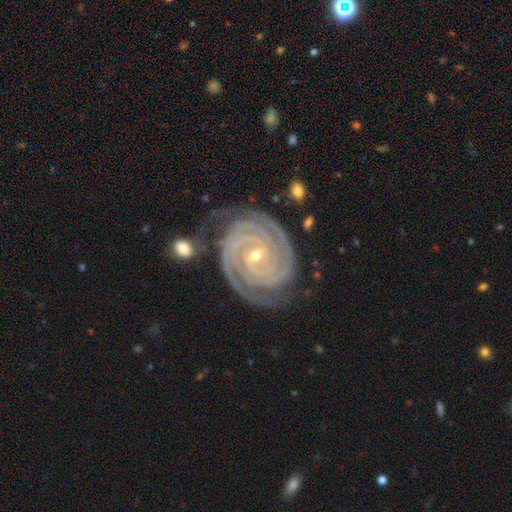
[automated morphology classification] type=featured or disk (93%); edge-on=no (98%); bar=no (38%); spiral arms=yes (99%); winding=tight (90%); arm count=2 (35%); bulge=small (67%); merging=none (75%).